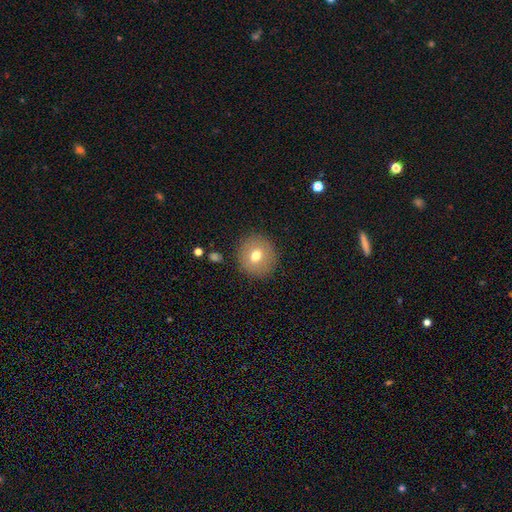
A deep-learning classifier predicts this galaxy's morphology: This is likely a smooth galaxy (71%). How rounded: clearly round (91%). Merging: clearly none (89%).